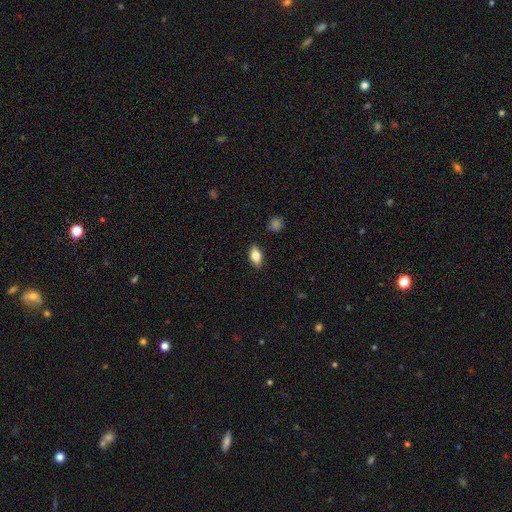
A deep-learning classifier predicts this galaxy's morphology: Smooth or featured?
  - smooth: 79% *
  - featured or disk: 14%
  - star or artifact: 7%
How rounded?
  - in between: 88% *
  - cigar-shaped: 7%
  - round: 5%
Merging?
  - none: 88% *
  - minor disturbance: 9%
  - major disturbance: 2%
  - merger: 1%